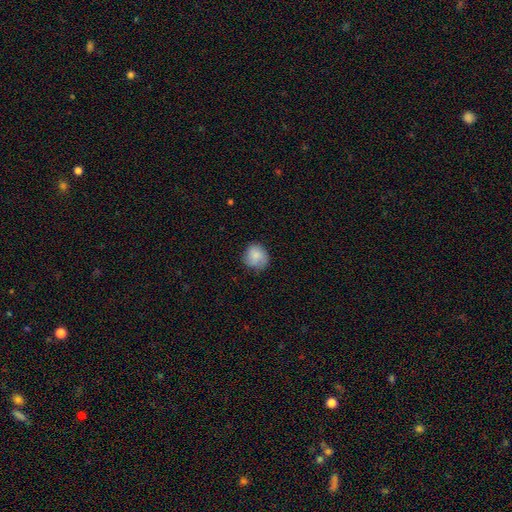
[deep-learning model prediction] Smooth or featured? smooth (81%)
How rounded? round (81%)
Merging? none (69%)